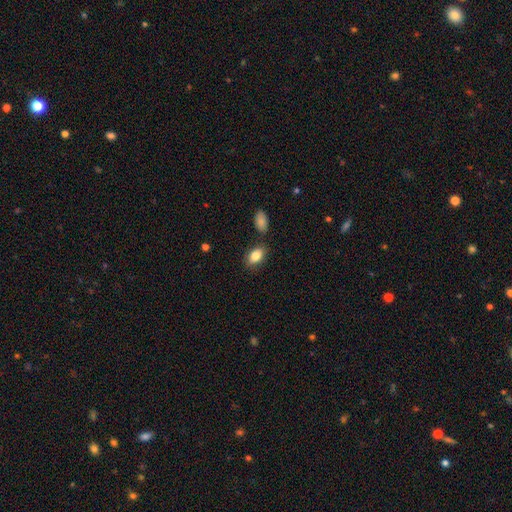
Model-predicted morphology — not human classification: A smooth galaxy with no disk features (85%) that is in between round and cigar-shaped (89%).

Vote fractions:
- Smooth or featured? smooth: 85% / featured or disk: 8% / star or artifact: 7%
- How rounded? in between: 89% / round: 9% / cigar-shaped: 2%
- Merging? none: 79% / minor disturbance: 12% / merger: 6% / major disturbance: 3%